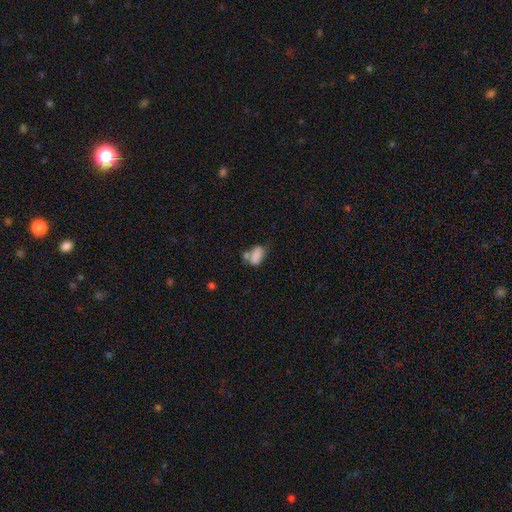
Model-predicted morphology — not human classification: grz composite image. It shows a smooth galaxy with no disk features (80%) that is in between round and cigar-shaped (88%). Merging: none (36%).